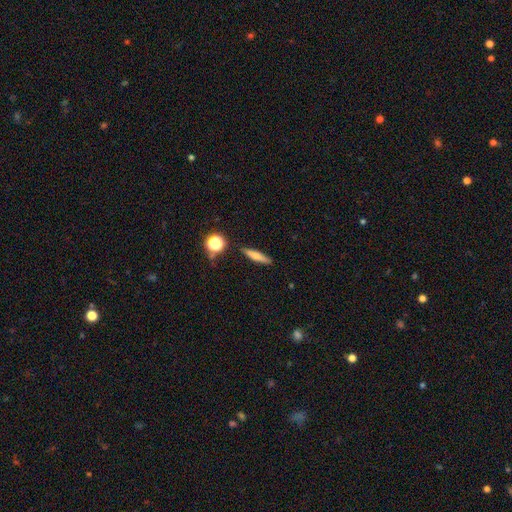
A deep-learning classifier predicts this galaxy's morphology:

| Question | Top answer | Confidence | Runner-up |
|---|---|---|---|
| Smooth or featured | smooth | 62% | featured or disk (28%) |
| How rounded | cigar-shaped | 80% | in between (16%) |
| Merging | none | 87% | minor disturbance (9%) |